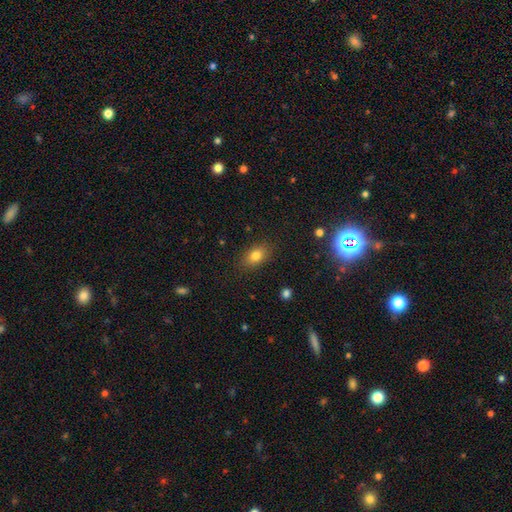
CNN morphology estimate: smooth 81%, star or artifact 10%, featured or disk 9%. Down the decision tree: how rounded — in between (82%); merging — none (85%).